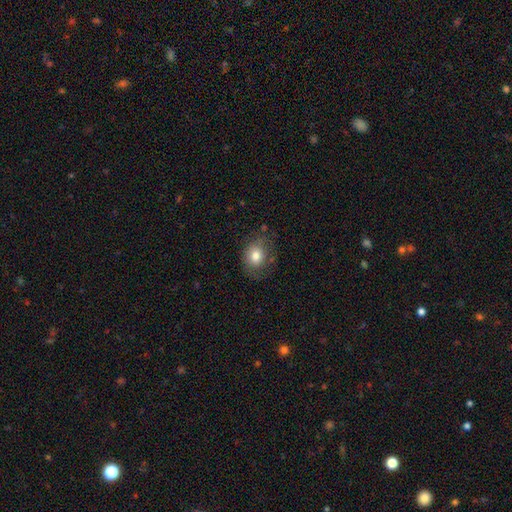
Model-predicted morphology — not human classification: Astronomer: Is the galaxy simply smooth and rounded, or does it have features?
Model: smooth — 77%.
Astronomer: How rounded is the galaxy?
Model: round — 56% (runner-up: in between, 43%).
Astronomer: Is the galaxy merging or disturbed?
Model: none — 66%.